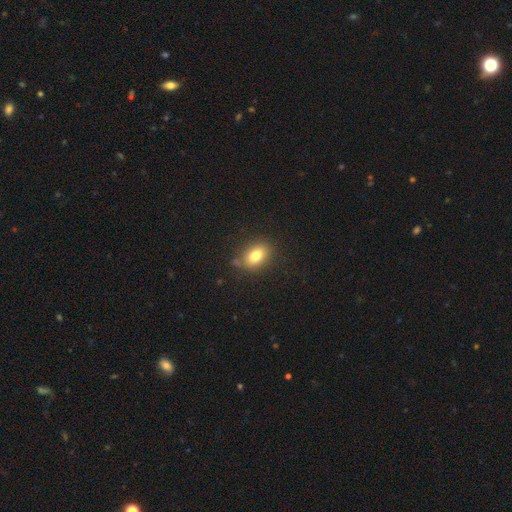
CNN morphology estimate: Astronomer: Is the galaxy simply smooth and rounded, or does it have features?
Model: smooth — 79%.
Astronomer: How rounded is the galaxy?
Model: in between — 78%.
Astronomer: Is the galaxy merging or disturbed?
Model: none — 79%.